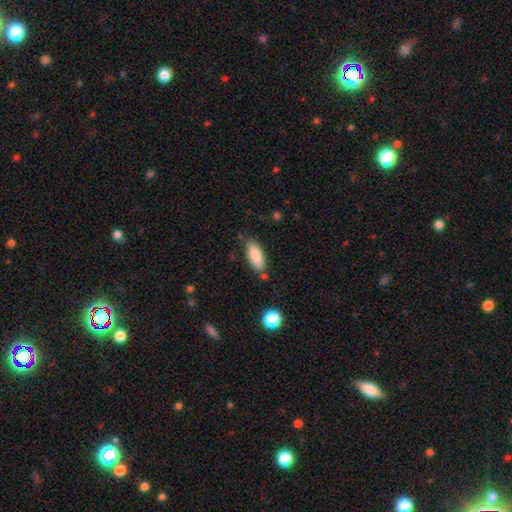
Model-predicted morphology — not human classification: Smooth or featured: smooth — 85% (featured or disk — 8%)
How rounded: in between — 74% (cigar-shaped — 24%)
Merging: none — 75% (minor disturbance — 16%)